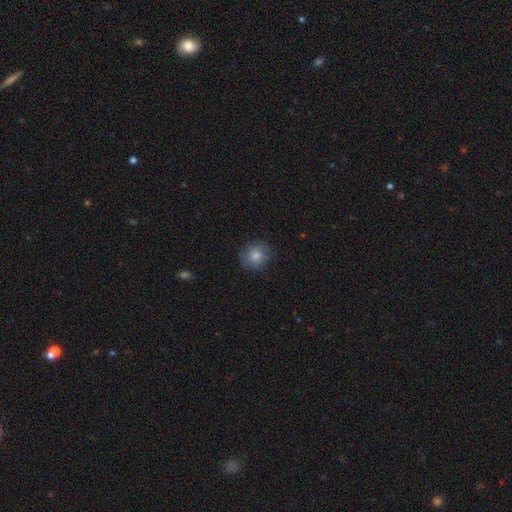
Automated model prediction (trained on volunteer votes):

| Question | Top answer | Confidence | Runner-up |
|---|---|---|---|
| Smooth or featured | smooth | 80% | featured or disk (12%) |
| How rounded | round | 85% | in between (14%) |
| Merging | none | 82% | minor disturbance (13%) |